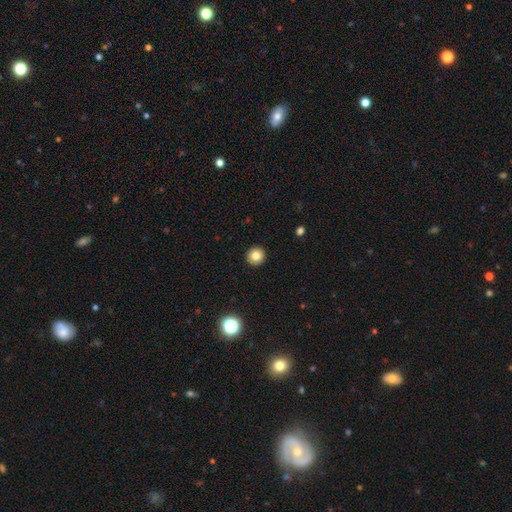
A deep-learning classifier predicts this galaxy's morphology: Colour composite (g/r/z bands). It shows a smooth galaxy with no disk features (82%) that is round (94%). Merging: none (93%).